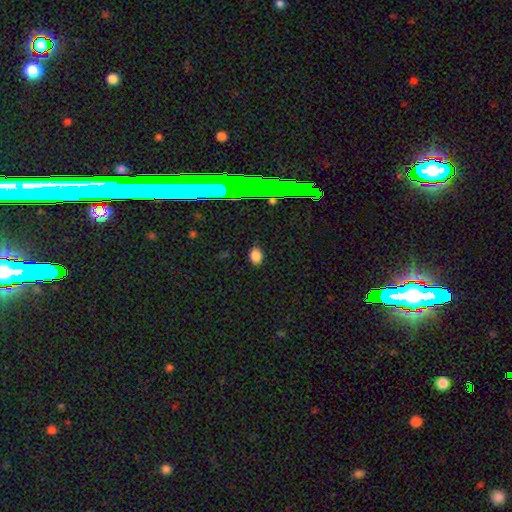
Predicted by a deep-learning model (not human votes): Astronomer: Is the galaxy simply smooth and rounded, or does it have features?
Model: smooth — 82%.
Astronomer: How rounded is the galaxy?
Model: in between — 71%.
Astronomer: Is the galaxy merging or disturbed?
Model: none — 84%.